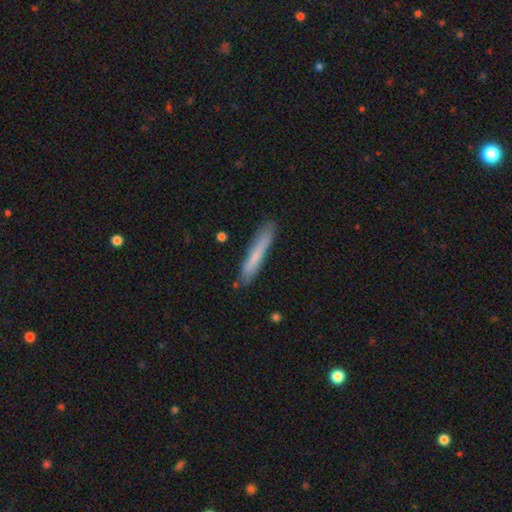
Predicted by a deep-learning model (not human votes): The model was most divided on "smooth or featured": smooth: 69%, featured or disk: 25%, star or artifact: 6%. More confident: how rounded — cigar-shaped (94%); merging — none (81%).